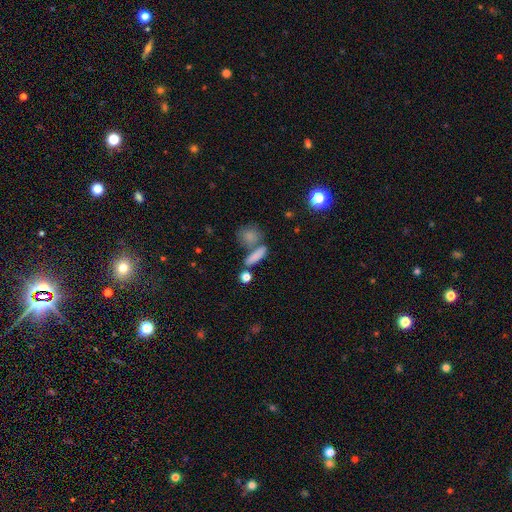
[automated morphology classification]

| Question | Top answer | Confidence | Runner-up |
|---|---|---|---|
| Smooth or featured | smooth | 79% | featured or disk (12%) |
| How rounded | cigar-shaped | 50% | in between (38%) |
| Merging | none | 57% | merger (26%) |